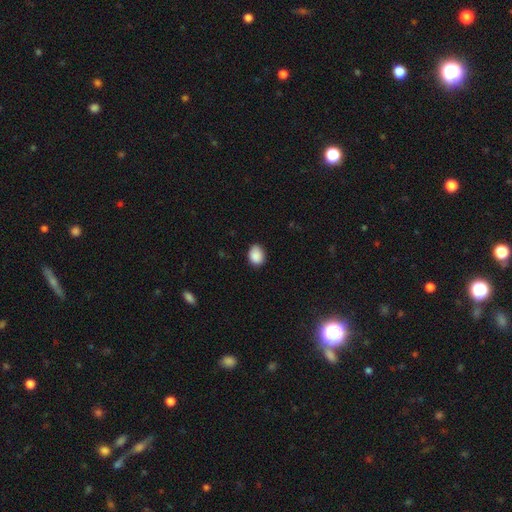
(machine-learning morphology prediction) Smooth or featured: smooth — 89% (star or artifact — 8%)
How rounded: in between — 62% (round — 37%)
Merging: none — 82% (minor disturbance — 14%)